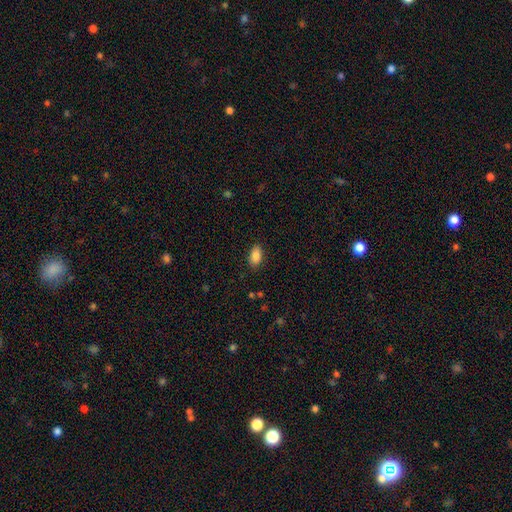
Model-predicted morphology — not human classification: smooth_or_featured: smooth (p=0.87) [alt: star or artifact p=0.08]
how_rounded: in between (p=0.93) [alt: round p=0.04]
merging: none (p=0.87) [alt: minor disturbance p=0.10]